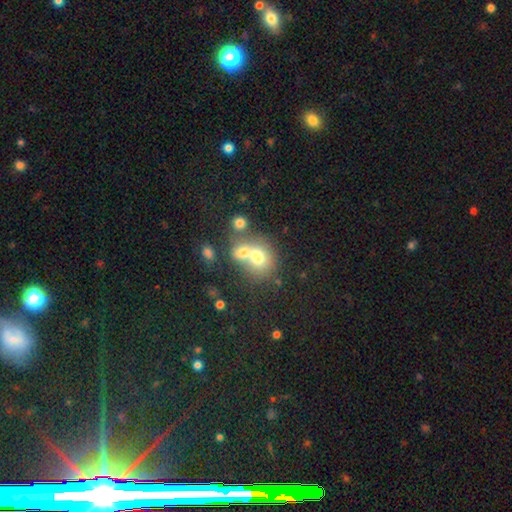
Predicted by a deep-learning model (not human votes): The model was most divided on "how rounded": round: 64%, in between: 35%, cigar-shaped: 1%. More confident: smooth or featured — smooth (66%); merging — merger (60%).